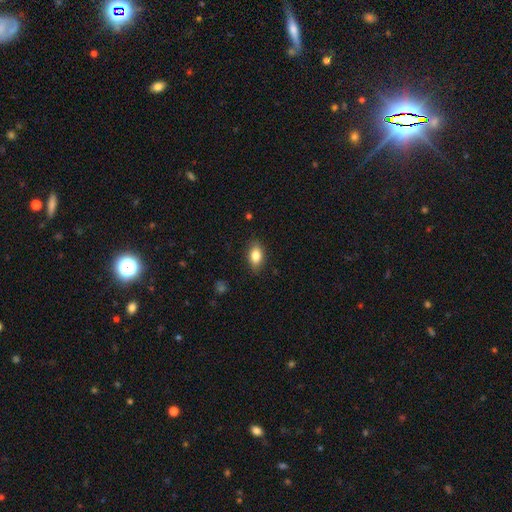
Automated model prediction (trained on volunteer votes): A smooth galaxy with no disk features (83%) that is in between round and cigar-shaped (86%). Merging: none (84%).